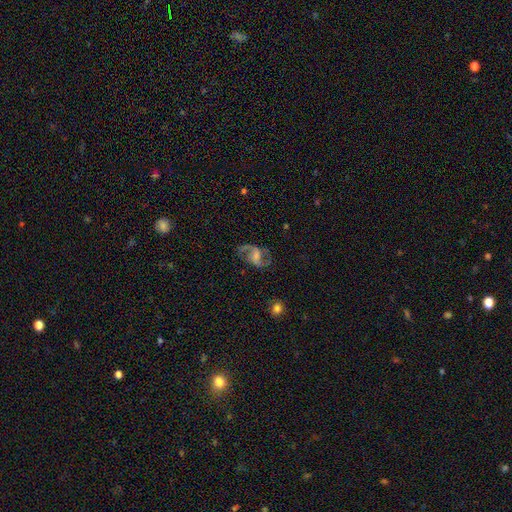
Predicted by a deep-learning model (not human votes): Morphology: type=featured or disk (83%); edge-on=no (98%); bar=weak (51%); spiral arms=yes (94%); winding=loose (51%); arm count=2 (90%); bulge=small (31%); merging=none (69%).